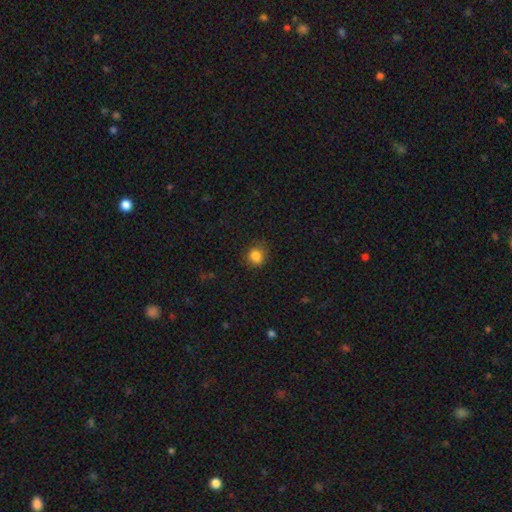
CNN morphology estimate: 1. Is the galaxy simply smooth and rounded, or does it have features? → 84% smooth, 11% star or artifact, 5% featured or disk.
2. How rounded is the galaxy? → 76% round, 23% in between, 1% cigar-shaped.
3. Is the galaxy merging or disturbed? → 73% none, 20% minor disturbance, 6% major disturbance, 1% merger.